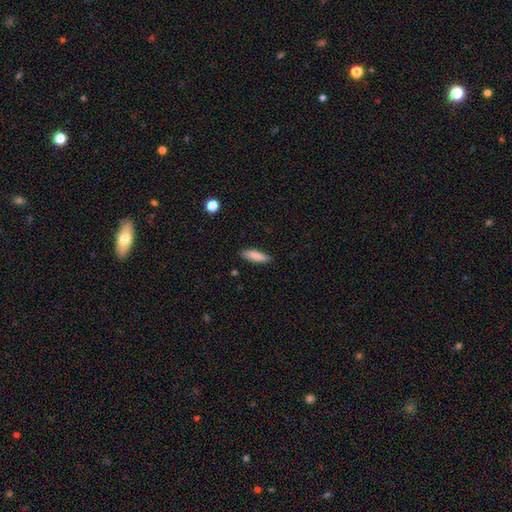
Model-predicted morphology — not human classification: Overall: smooth (86%). How rounded: cigar-shaped (55%; in between 44%). Merging: none (86%).